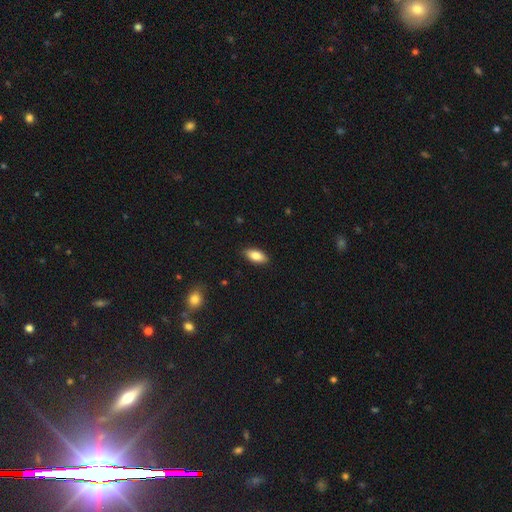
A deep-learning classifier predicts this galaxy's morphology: Q: Smooth or featured?
A: smooth (82%); runner-up: featured or disk (11%)
Q: How rounded?
A: in between (86%); runner-up: cigar-shaped (11%)
Q: Merging?
A: none (89%); runner-up: minor disturbance (8%)